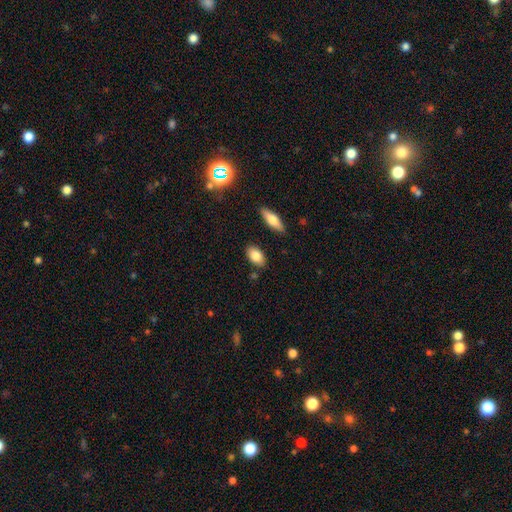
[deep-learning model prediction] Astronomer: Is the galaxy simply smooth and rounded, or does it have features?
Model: smooth — 83%.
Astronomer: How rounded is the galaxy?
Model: in between — 90%.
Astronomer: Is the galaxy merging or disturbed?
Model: none — 83%.